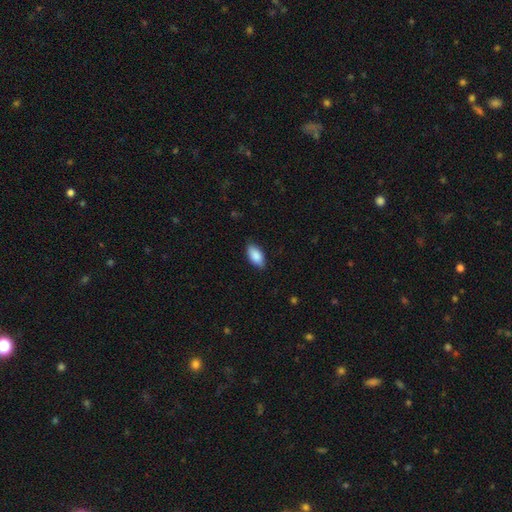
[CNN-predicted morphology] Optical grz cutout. It shows a smooth galaxy with no disk features (87%) that is in between round and cigar-shaped (91%). Merging: none (83%).